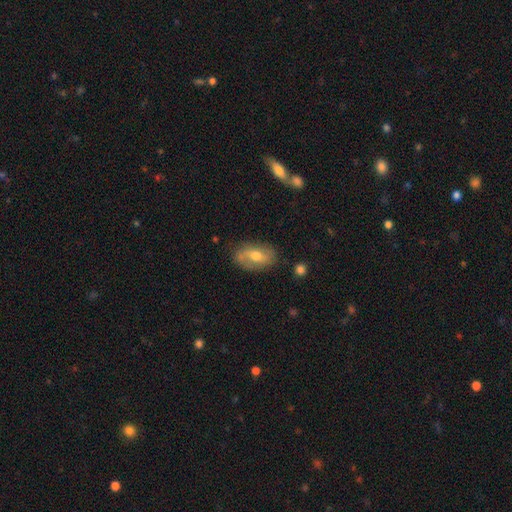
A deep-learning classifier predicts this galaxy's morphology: Smooth or featured: smooth — 48% (featured or disk — 44%)
Merging: none — 75% (minor disturbance — 18%)